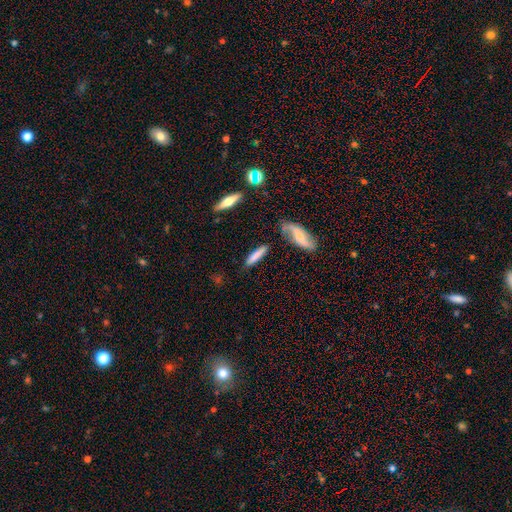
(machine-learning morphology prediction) smooth 71%, featured or disk 22%, star or artifact 7%. Down the decision tree: how rounded — cigar-shaped (82%); merging — none (76%).